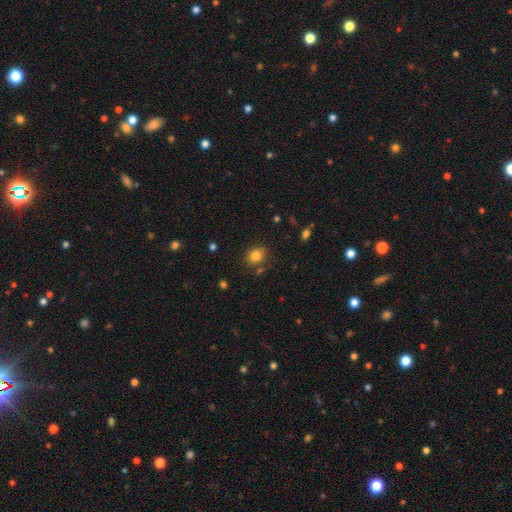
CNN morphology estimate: Smooth or featured? Predicted: smooth (p=0.82). How rounded? Predicted: round (p=0.64). Merging? Predicted: none (p=0.77).